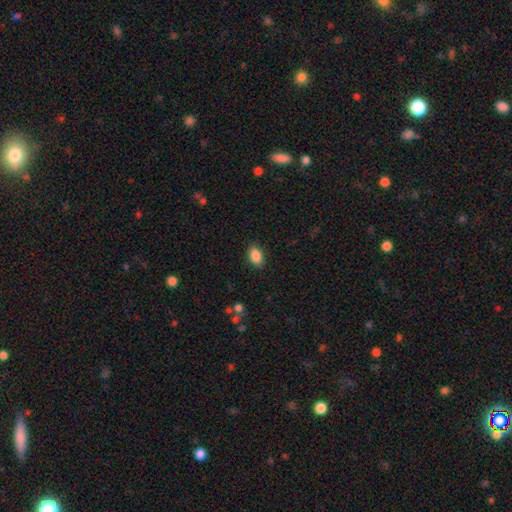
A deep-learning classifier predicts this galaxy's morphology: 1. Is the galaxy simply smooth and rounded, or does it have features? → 88% smooth, 8% star or artifact, 4% featured or disk.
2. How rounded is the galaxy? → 89% in between, 8% round, 3% cigar-shaped.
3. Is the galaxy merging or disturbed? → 86% none, 10% minor disturbance, 2% major disturbance, 1% merger.